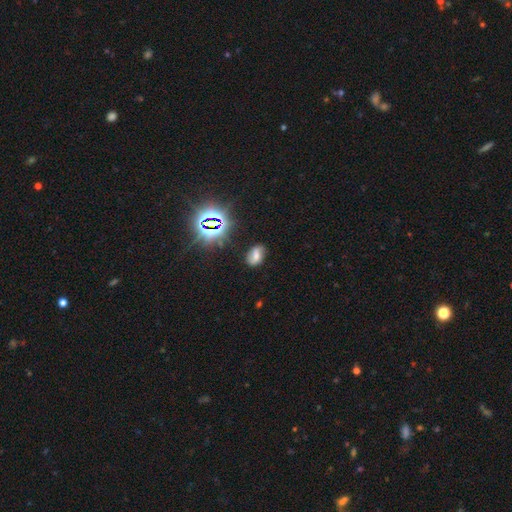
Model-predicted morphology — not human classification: Overall: smooth (46%; featured or disk 30%). Merging: none (76%).